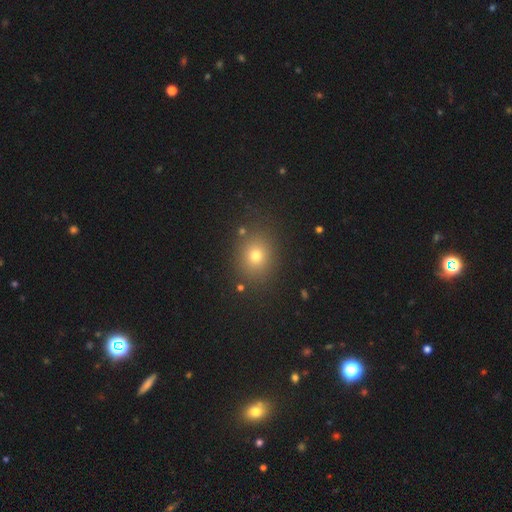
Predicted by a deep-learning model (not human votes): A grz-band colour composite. It shows a smooth galaxy with no disk features (73%) that is round (58%). Merging: none (84%).